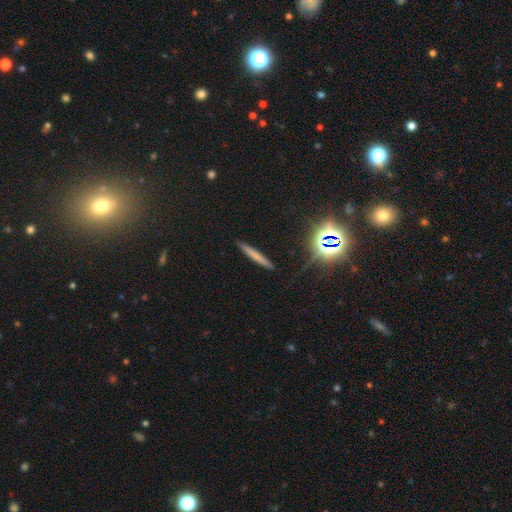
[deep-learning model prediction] The model was most divided on "smooth or featured": smooth: 61%, featured or disk: 26%, star or artifact: 14%. More confident: how rounded — cigar-shaped (95%); merging — none (89%).